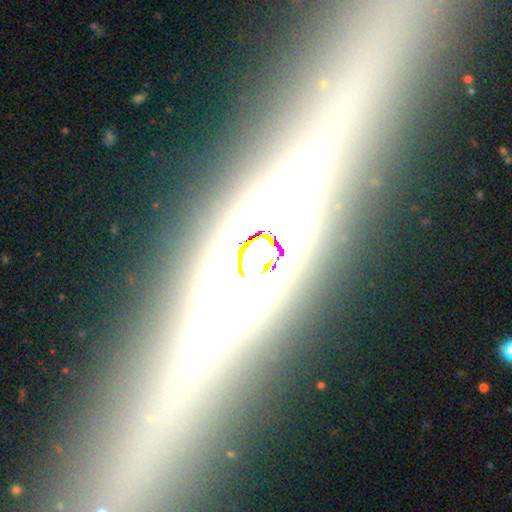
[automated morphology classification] A featured or disk galaxy (74%) viewed edge-on (94%) with a rounded central bulge (70%).

Vote fractions:
- Smooth or featured? featured or disk: 74% / star or artifact: 13% / smooth: 13%
- Edge-on disk? yes: 94% / no: 6%
- Edge-on bulge? rounded: 70% / boxy: 18% / none: 12%
- Merging? none: 85% / minor disturbance: 9% / major disturbance: 3% / merger: 3%